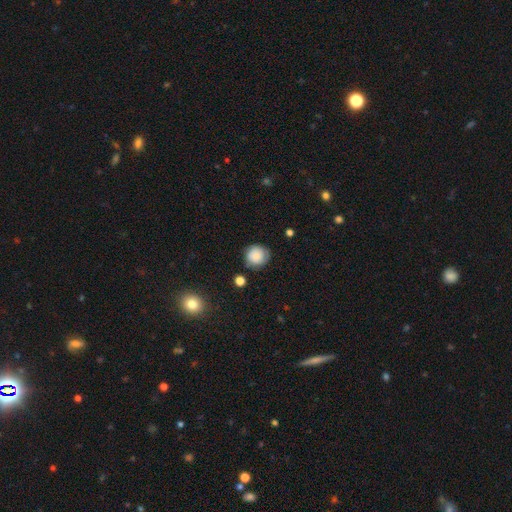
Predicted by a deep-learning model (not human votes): The model was most divided on "merging": none: 74%, minor disturbance: 19%, major disturbance: 5%, merger: 2%. More confident: how rounded — round (90%); smooth or featured — smooth (75%).